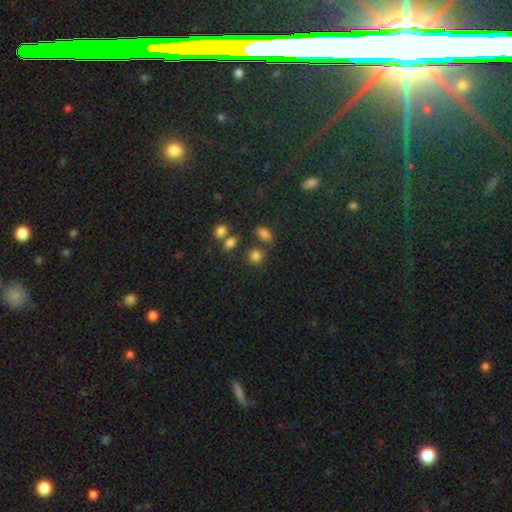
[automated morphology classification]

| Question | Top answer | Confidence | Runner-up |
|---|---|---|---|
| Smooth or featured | smooth | 80% | star or artifact (14%) |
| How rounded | round | 79% | in between (20%) |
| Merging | none | 69% | merger (15%) |